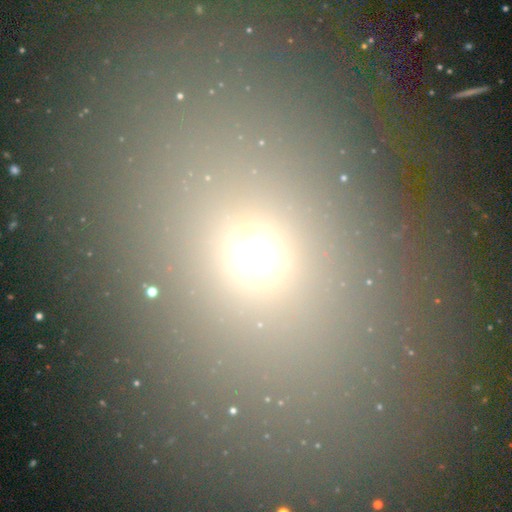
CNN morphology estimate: Smooth or featured: smooth — 53% (star or artifact — 30%)
How rounded: round — 67% (in between — 29%)
Merging: none — 85% (minor disturbance — 8%)